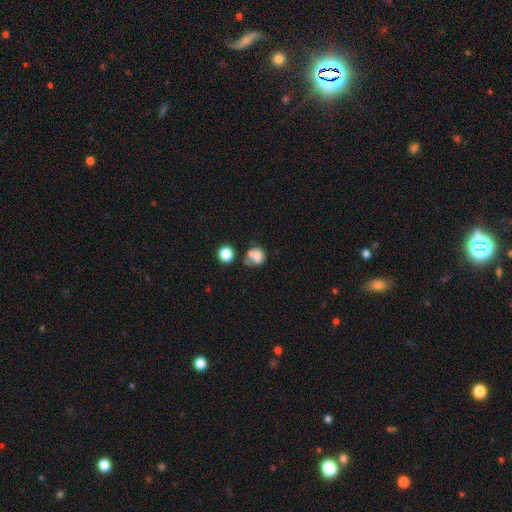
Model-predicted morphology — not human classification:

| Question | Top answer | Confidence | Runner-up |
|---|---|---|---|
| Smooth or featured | smooth | 77% | star or artifact (12%) |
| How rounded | round | 72% | in between (27%) |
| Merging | none | 42% | merger (24%) |